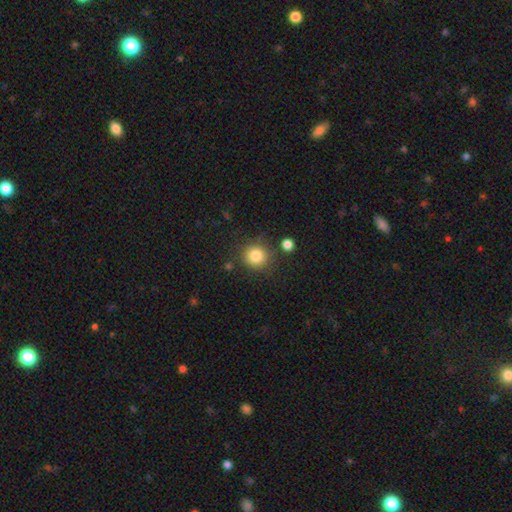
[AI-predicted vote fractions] Q: Smooth or featured?
A: smooth (83%); runner-up: star or artifact (11%)
Q: How rounded?
A: round (91%); runner-up: in between (8%)
Q: Merging?
A: none (82%); runner-up: minor disturbance (10%)